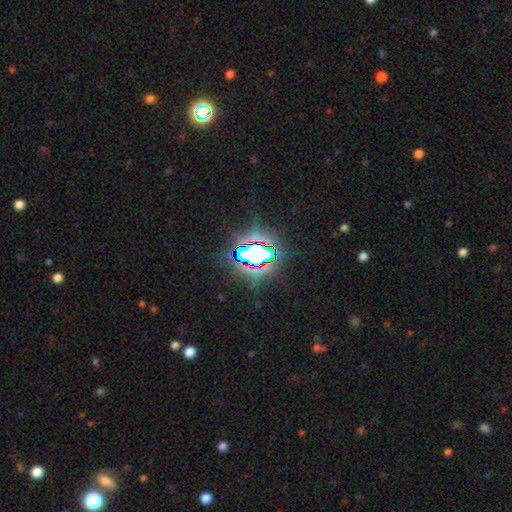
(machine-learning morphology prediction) A star or artifact, not a galaxy (74%).

Vote fractions:
- Smooth or featured? star or artifact: 74% / smooth: 15% / featured or disk: 11%